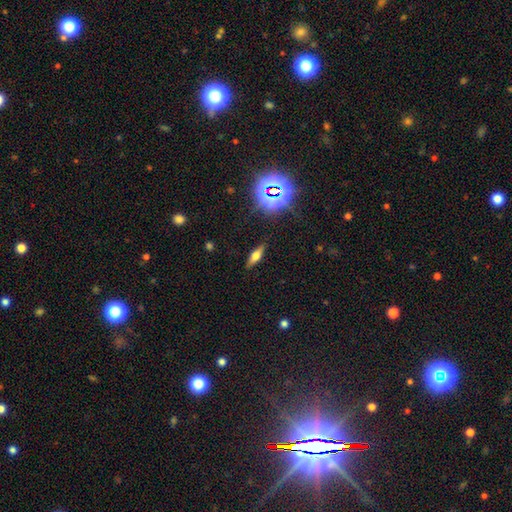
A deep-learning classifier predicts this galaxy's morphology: This is marginally a smooth galaxy (45%). Merging: clearly none (87%).